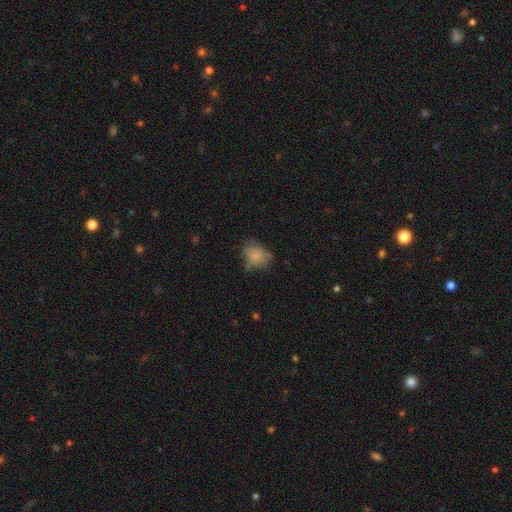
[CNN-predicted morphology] Overall: smooth (76%). How rounded: in between (58%; round 40%). Merging: none (48%; minor disturbance 34%).